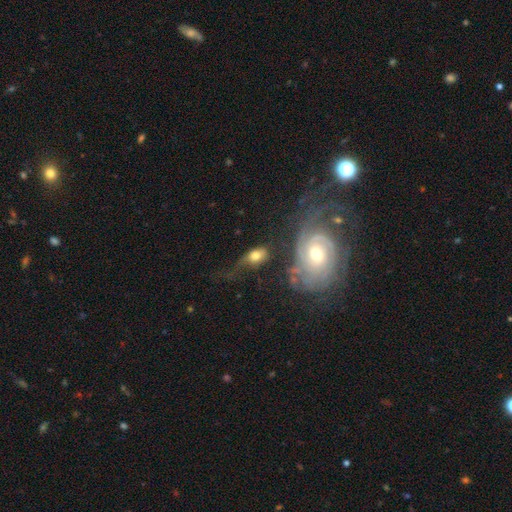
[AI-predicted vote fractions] Smooth or featured? smooth (55%)
How rounded? in between (77%)
Merging? none (34%)